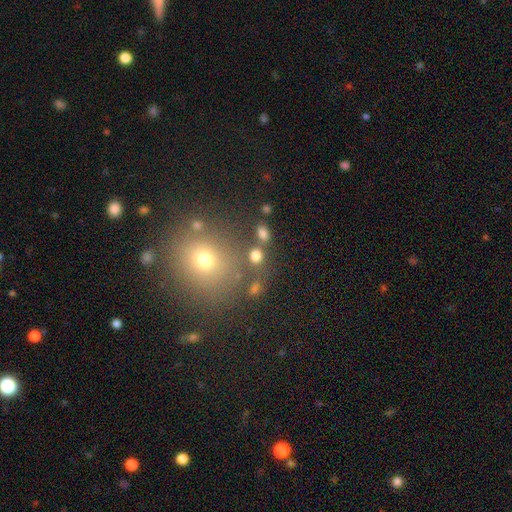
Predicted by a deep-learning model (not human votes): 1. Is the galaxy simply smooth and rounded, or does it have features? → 75% smooth, 16% star or artifact, 9% featured or disk.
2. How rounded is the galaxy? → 61% round, 36% in between, 2% cigar-shaped.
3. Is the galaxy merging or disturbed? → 67% none, 17% merger, 10% minor disturbance, 6% major disturbance.